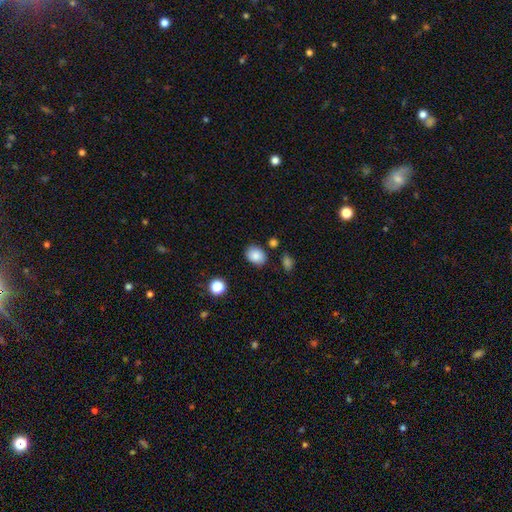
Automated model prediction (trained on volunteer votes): A smooth galaxy with no disk features (86%) that is in between round and cigar-shaped (59%). Merging: none (80%).